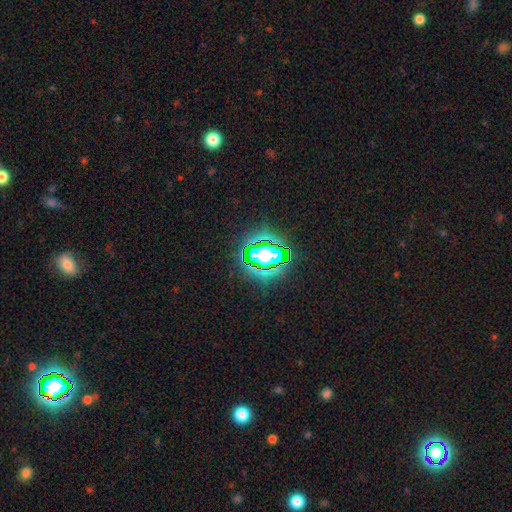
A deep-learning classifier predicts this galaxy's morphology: smooth_or_featured: star or artifact (p=0.78) [alt: smooth p=0.14]